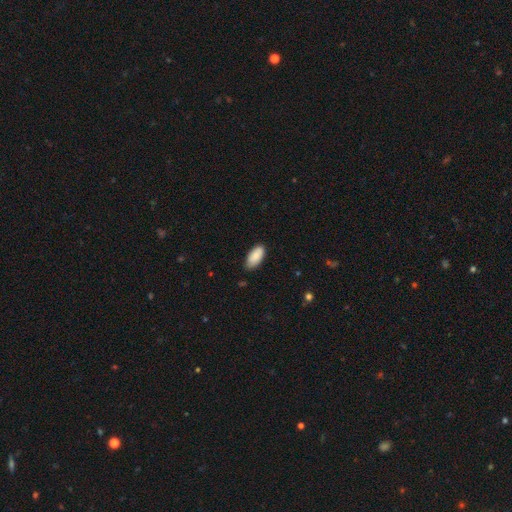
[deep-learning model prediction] Overall: smooth (86%). How rounded: in between (93%). Merging: none (75%).